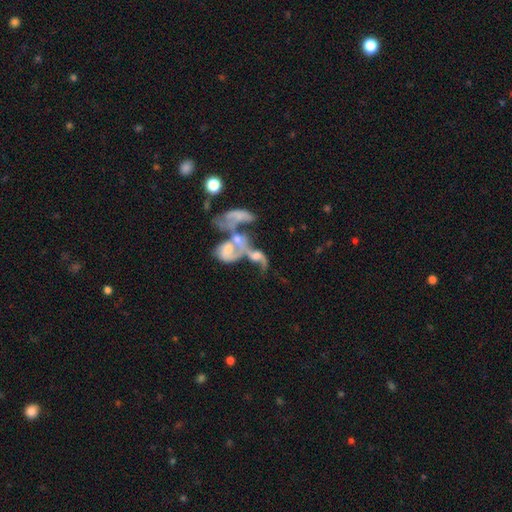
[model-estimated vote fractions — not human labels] Smooth or featured: featured or disk — 49% (star or artifact — 29%)
Merging: merger — 51% (none — 24%)